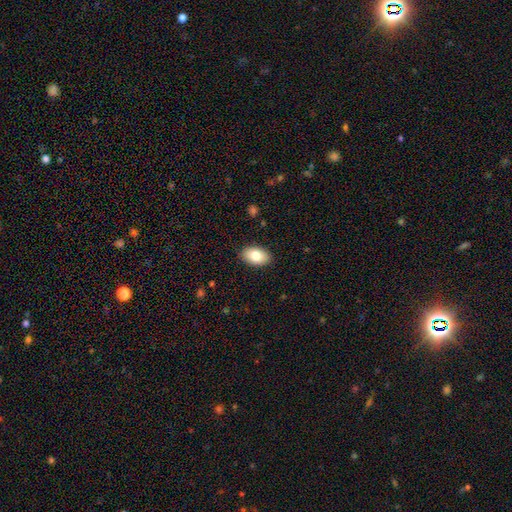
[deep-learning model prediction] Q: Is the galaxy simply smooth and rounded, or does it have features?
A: smooth — 81%.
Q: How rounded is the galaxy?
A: in between — 92%.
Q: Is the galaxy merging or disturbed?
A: none — 89%.